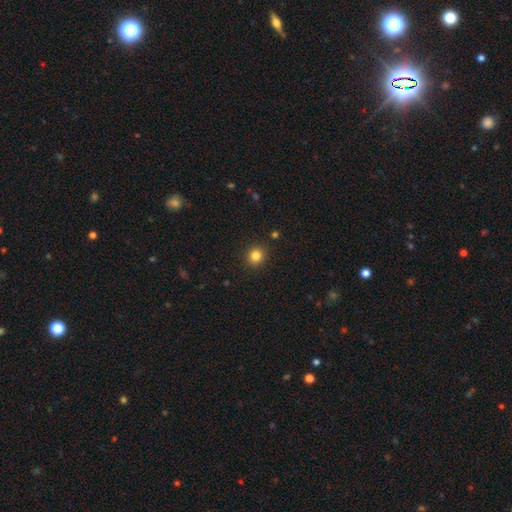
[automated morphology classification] This is clearly a smooth galaxy (83%). How rounded: clearly round (88%). Merging: clearly none (91%).